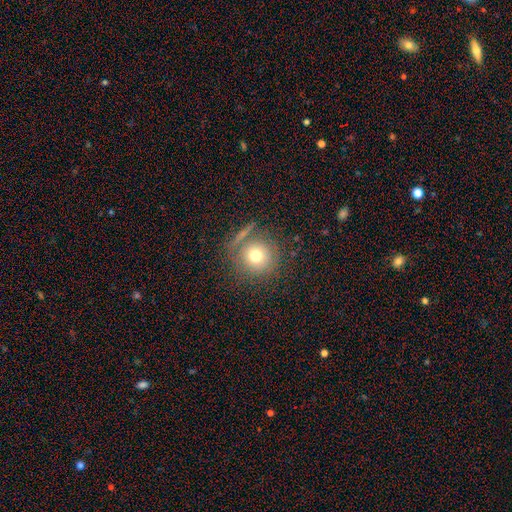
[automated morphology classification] smooth 71%, featured or disk 16%, star or artifact 13%. Down the decision tree: how rounded — round (93%); merging — none (73%).